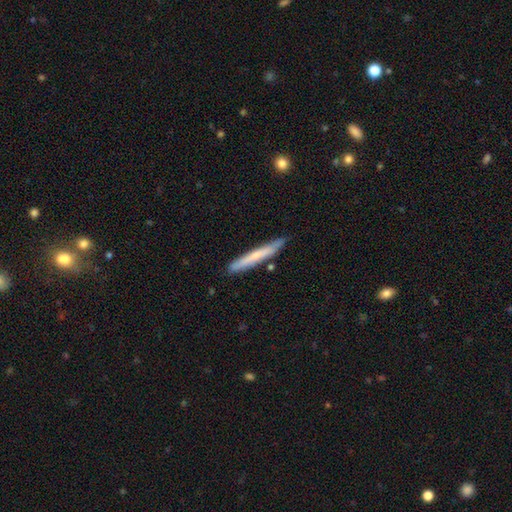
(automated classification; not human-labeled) Q: Smooth or featured?
A: smooth (56%); runner-up: featured or disk (38%)
Q: How rounded?
A: cigar-shaped (96%); runner-up: in between (3%)
Q: Merging?
A: none (85%); runner-up: minor disturbance (11%)